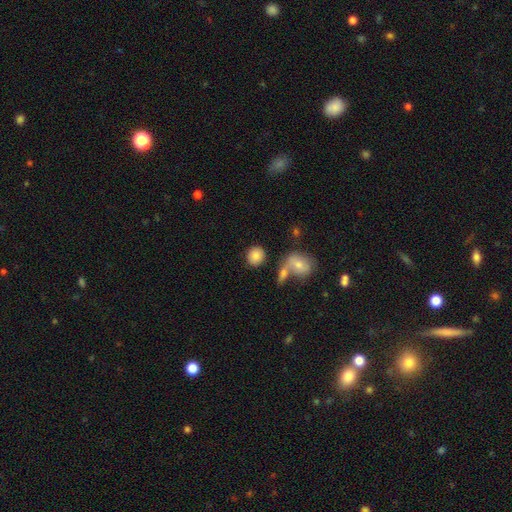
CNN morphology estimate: Smooth or featured: smooth — 83% (featured or disk — 8%)
How rounded: round — 74% (in between — 25%)
Merging: none — 73% (merger — 14%)